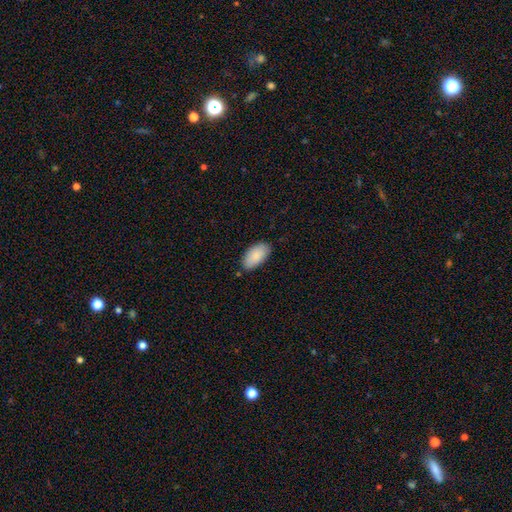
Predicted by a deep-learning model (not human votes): smooth 88%, featured or disk 6%, star or artifact 6%. Down the decision tree: how rounded — in between (96%); merging — none (81%).